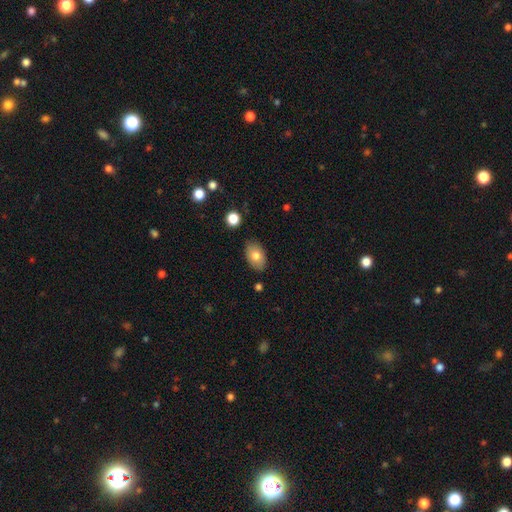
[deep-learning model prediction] Smooth or featured: smooth — 79% (featured or disk — 13%)
How rounded: in between — 89% (round — 10%)
Merging: none — 85% (minor disturbance — 11%)